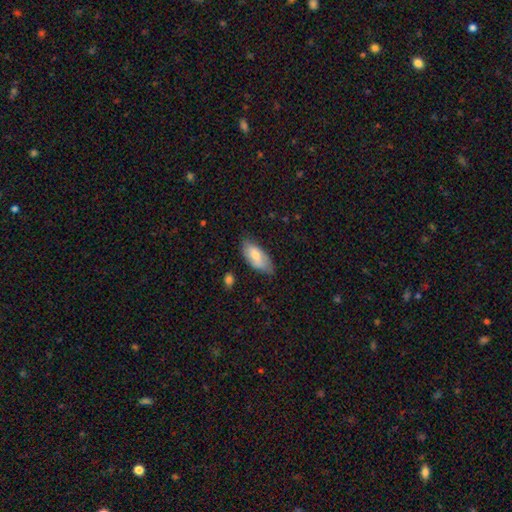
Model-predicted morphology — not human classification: A smooth galaxy with no disk features (75%) that is in between round and cigar-shaped (89%).

Vote fractions:
- Smooth or featured? smooth: 75% / featured or disk: 19% / star or artifact: 6%
- How rounded? in between: 89% / cigar-shaped: 9% / round: 2%
- Merging? none: 63% / minor disturbance: 30% / major disturbance: 6% / merger: 2%